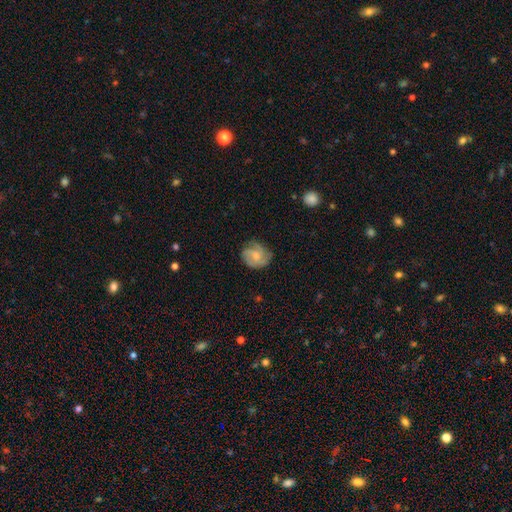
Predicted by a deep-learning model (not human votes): Smooth or featured? Predicted: featured or disk (p=0.50). Edge-on disk? Predicted: no (p=0.97). Merging? Predicted: none (p=0.61).